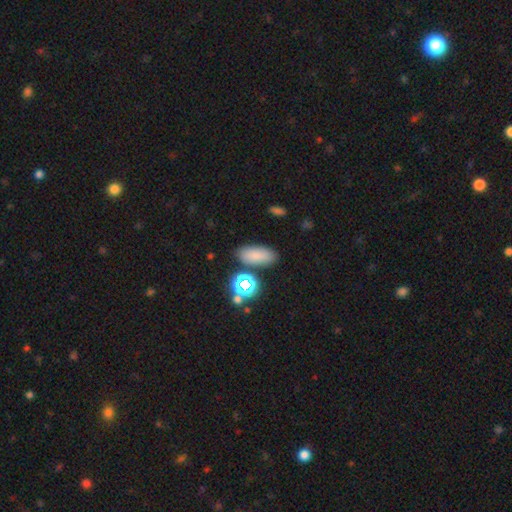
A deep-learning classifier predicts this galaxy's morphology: Smooth or featured: smooth — 77% (star or artifact — 15%)
How rounded: in between — 83% (cigar-shaped — 11%)
Merging: none — 79% (minor disturbance — 11%)